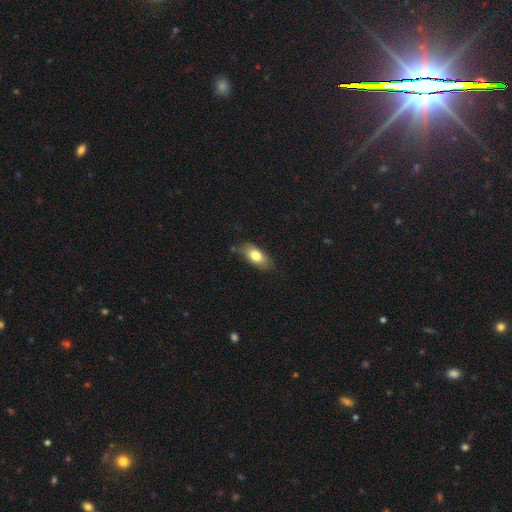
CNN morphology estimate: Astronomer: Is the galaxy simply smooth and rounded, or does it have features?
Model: smooth — 76%.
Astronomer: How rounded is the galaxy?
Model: in between — 85%.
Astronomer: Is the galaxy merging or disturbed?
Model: none — 68%.